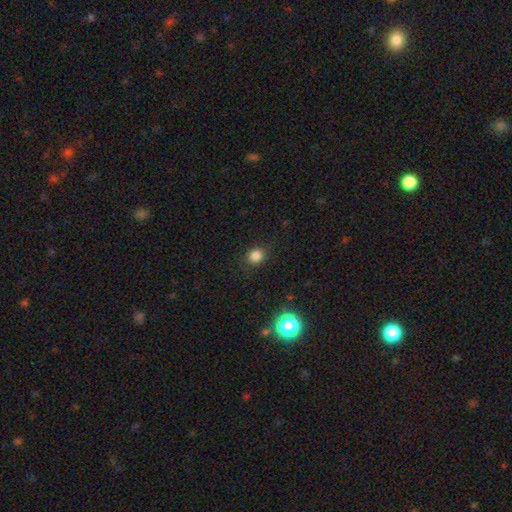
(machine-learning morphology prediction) Overall: smooth (81%). How rounded: round (83%). Merging: none (84%).